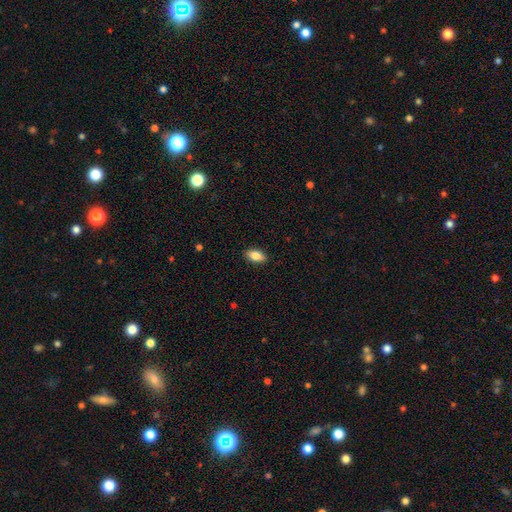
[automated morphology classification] Q: Smooth or featured?
A: smooth (81%); runner-up: featured or disk (12%)
Q: How rounded?
A: in between (88%); runner-up: cigar-shaped (7%)
Q: Merging?
A: none (89%); runner-up: minor disturbance (8%)